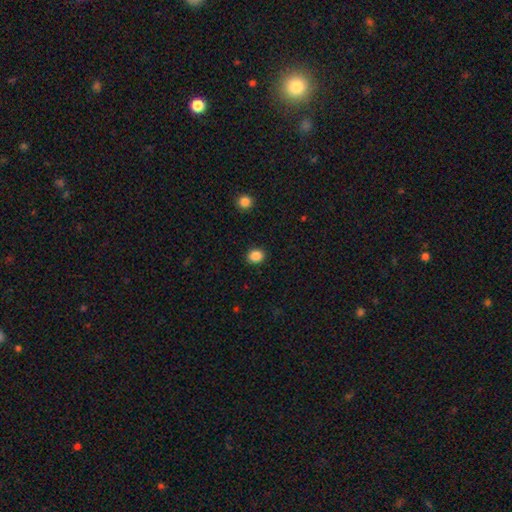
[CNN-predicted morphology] type=smooth (87%); roundness=round (68%); merging=none (90%).